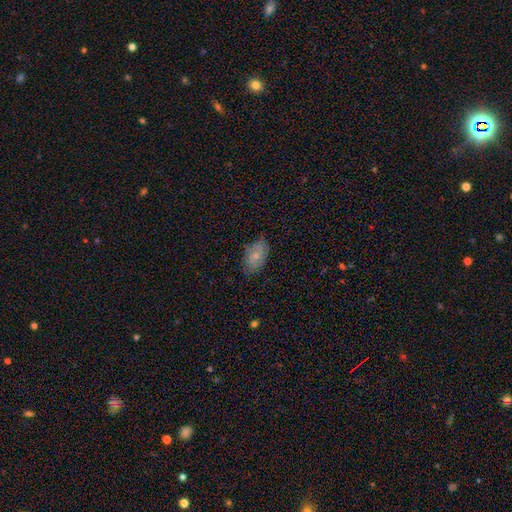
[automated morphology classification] Smooth or featured?
  - smooth: 66% *
  - featured or disk: 26%
  - star or artifact: 8%
How rounded?
  - in between: 92% *
  - round: 6%
  - cigar-shaped: 2%
Merging?
  - none: 75% *
  - minor disturbance: 20%
  - major disturbance: 4%
  - merger: 1%